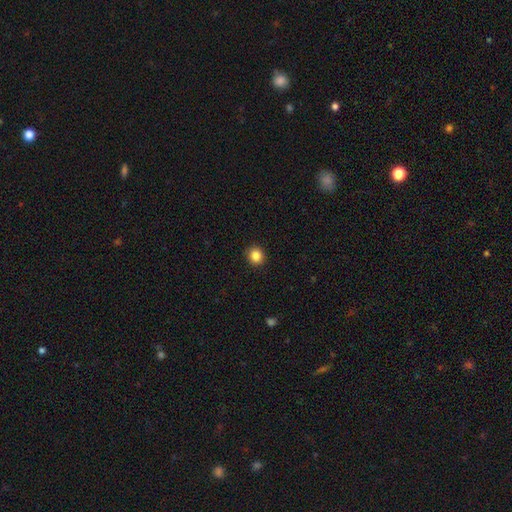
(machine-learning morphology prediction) Smooth or featured? smooth (85%)
How rounded? round (84%)
Merging? none (92%)